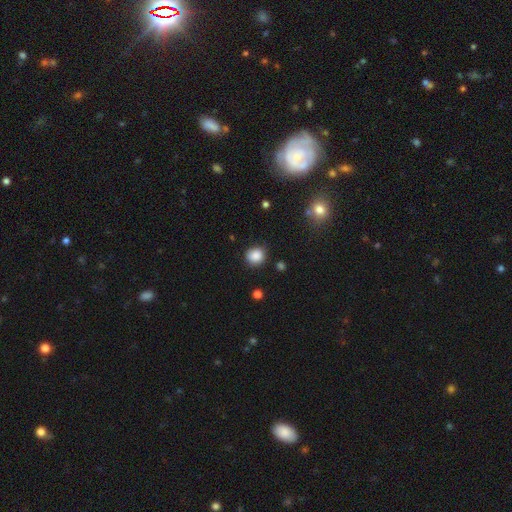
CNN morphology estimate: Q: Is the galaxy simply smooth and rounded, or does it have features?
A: smooth — 85%.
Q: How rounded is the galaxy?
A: round — 83%.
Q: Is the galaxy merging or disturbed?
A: none — 79%.